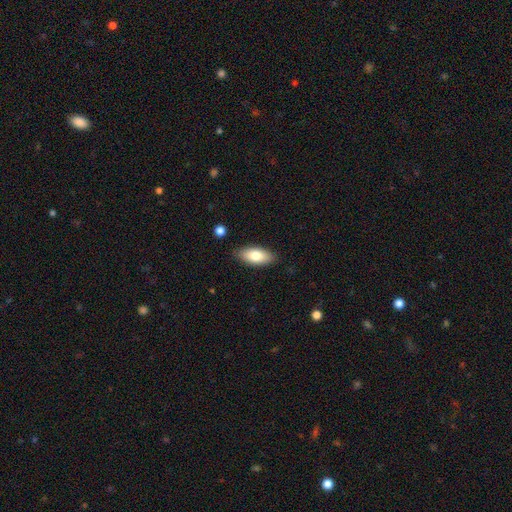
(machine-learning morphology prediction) Smooth or featured: smooth — 79% (featured or disk — 15%)
How rounded: in between — 87% (cigar-shaped — 11%)
Merging: none — 86% (minor disturbance — 10%)